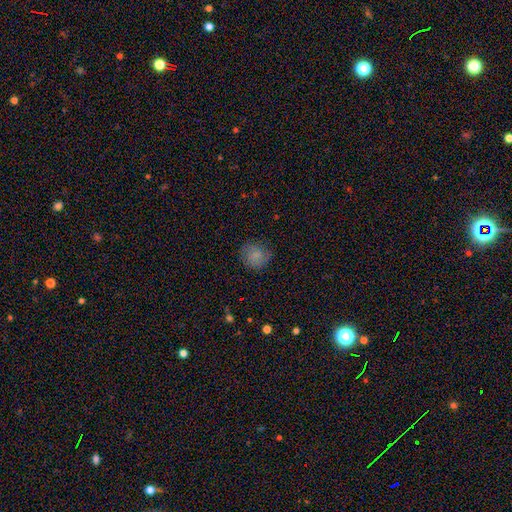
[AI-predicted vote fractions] The model was most divided on "smooth or featured": smooth: 75%, featured or disk: 15%, star or artifact: 10%. More confident: how rounded — round (82%); merging — none (80%).